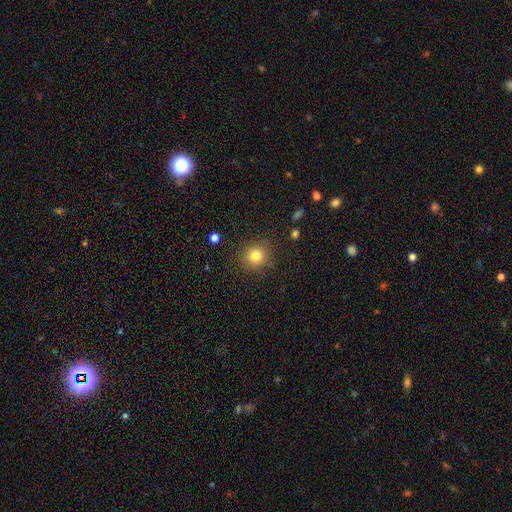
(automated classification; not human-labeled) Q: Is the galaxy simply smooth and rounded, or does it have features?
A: smooth — 81%.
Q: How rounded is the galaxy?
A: round — 88%.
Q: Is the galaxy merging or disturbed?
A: none — 87%.